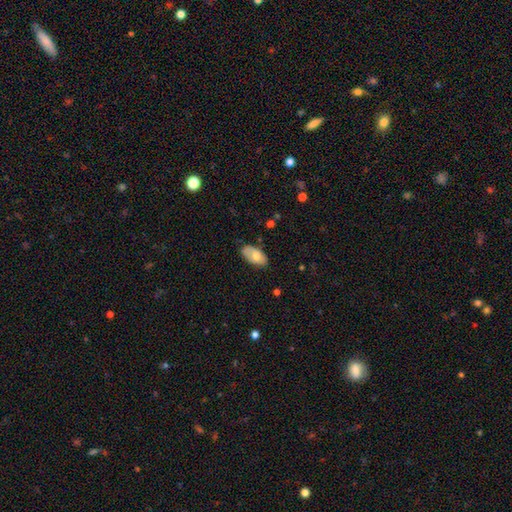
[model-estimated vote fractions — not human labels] This appears to be a smooth galaxy with no disk features (70%) that is in between round and cigar-shaped (94%). Merging: none (74%).